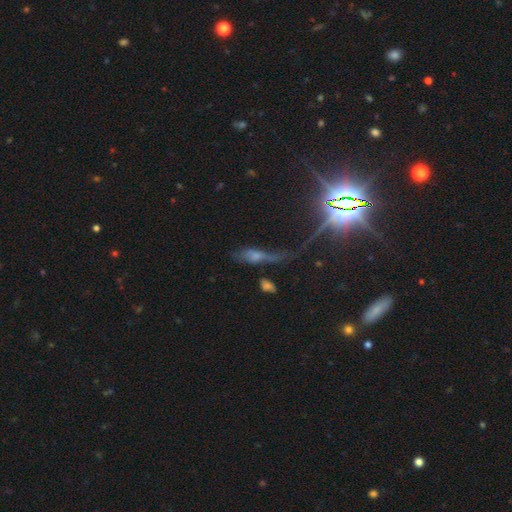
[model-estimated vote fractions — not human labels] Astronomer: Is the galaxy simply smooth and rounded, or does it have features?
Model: featured or disk — 38% (runner-up: smooth, 34%).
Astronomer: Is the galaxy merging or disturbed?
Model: none — 33% (runner-up: major disturbance, 31%).